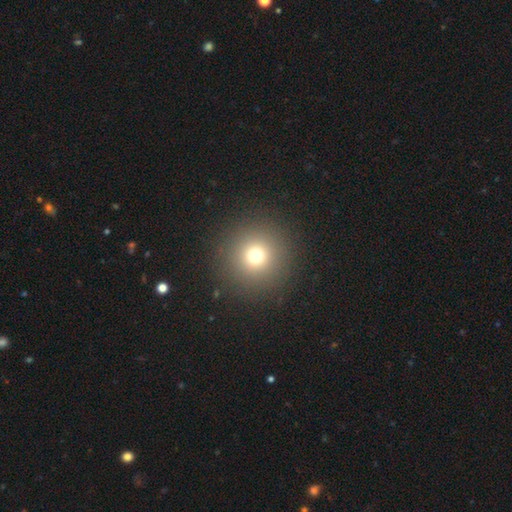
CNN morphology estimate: This is likely a smooth galaxy (72%). How rounded: clearly round (96%). Merging: clearly none (91%).